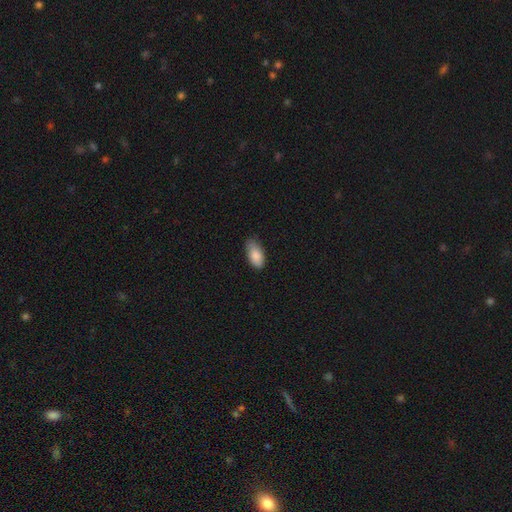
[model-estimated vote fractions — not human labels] smooth-or-featured: smooth: 87% | featured or disk: 7% | star or artifact: 6%
  how-rounded: in between: 93% | cigar-shaped: 4% | round: 3%
  merging: none: 68% | minor disturbance: 27% | major disturbance: 4% | merger: 1%